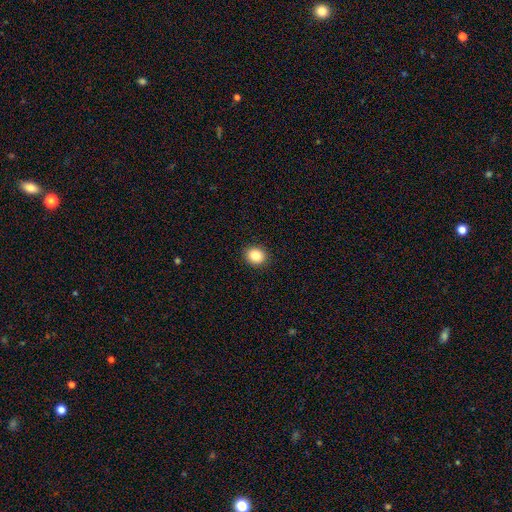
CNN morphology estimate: smooth-or-featured: smooth: 85% | star or artifact: 10% | featured or disk: 5%
  how-rounded: round: 71% | in between: 28% | cigar-shaped: 1%
  merging: none: 92% | minor disturbance: 6% | major disturbance: 2% | merger: 1%